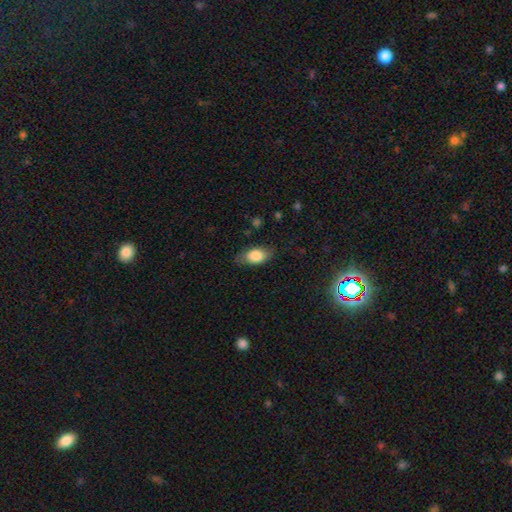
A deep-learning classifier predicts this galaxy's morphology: smooth 82%, featured or disk 11%, star or artifact 7%. Down the decision tree: how rounded — in between (87%); merging — none (74%).